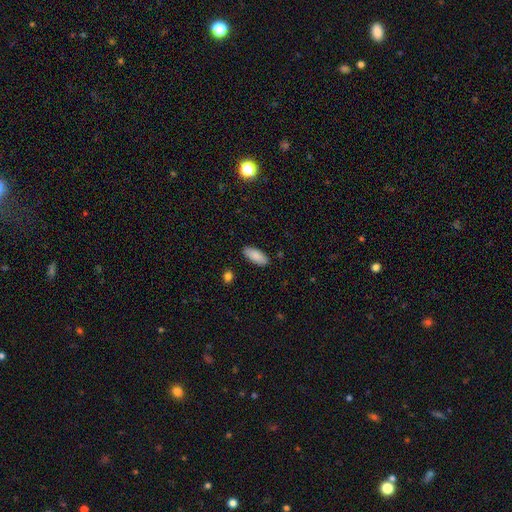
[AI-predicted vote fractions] Morphology: type=smooth (87%); roundness=in between (84%); merging=none (87%).